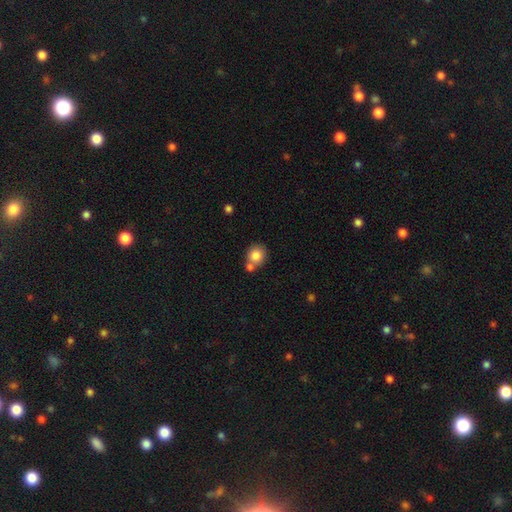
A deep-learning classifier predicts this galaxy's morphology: Q: Smooth or featured?
A: smooth (82%); runner-up: featured or disk (9%)
Q: How rounded?
A: round (81%); runner-up: in between (18%)
Q: Merging?
A: none (55%); runner-up: merger (31%)